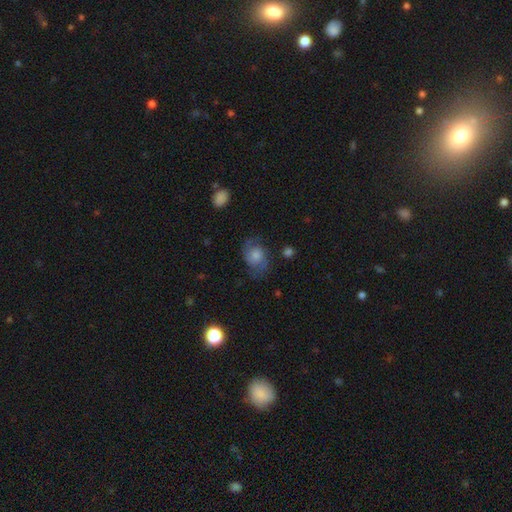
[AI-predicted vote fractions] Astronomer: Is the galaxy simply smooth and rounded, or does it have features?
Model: featured or disk — 66%.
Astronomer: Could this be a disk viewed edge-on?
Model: no — 97%.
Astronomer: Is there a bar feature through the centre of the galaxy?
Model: no — 71%.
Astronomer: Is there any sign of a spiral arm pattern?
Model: yes — 92%.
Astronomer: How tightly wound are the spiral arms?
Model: medium — 50% (runner-up: loose, 27%).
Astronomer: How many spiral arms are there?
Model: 2 — 87%.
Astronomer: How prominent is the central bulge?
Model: moderate — 40% (runner-up: small, 28%).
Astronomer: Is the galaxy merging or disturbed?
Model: none — 68%.